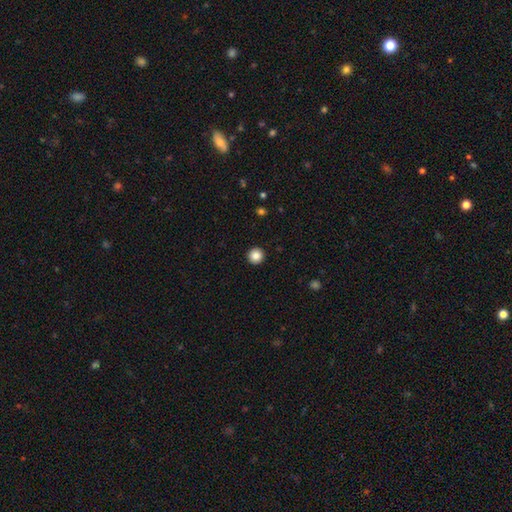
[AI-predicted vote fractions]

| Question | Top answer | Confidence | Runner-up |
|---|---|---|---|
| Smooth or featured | smooth | 87% | star or artifact (10%) |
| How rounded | round | 96% | in between (3%) |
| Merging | none | 94% | minor disturbance (4%) |